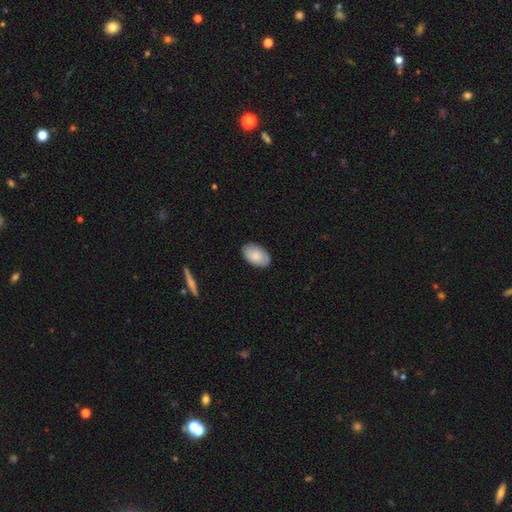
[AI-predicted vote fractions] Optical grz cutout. It shows a smooth galaxy with no disk features (83%) that is in between round and cigar-shaped (93%). Merging: none (87%).